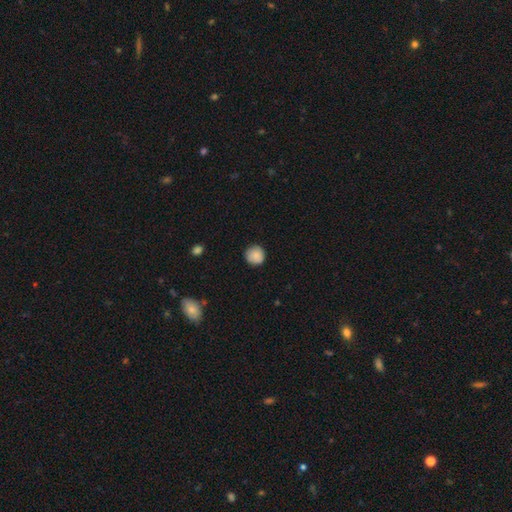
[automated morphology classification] Smooth or featured? Predicted: smooth (p=0.87). How rounded? Predicted: round (p=0.94). Merging? Predicted: none (p=0.87).